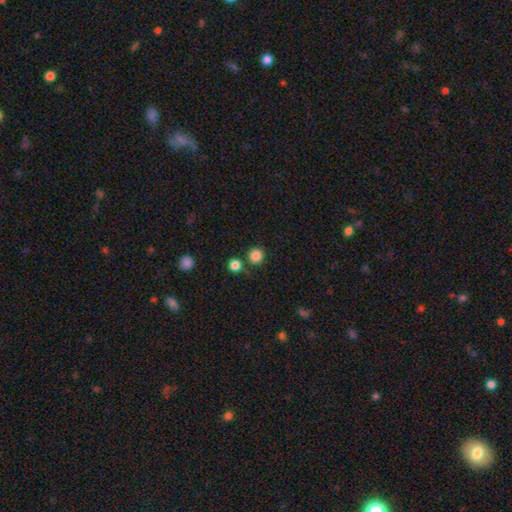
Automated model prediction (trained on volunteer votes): Smooth or featured? smooth (84%)
How rounded? round (93%)
Merging? none (78%)